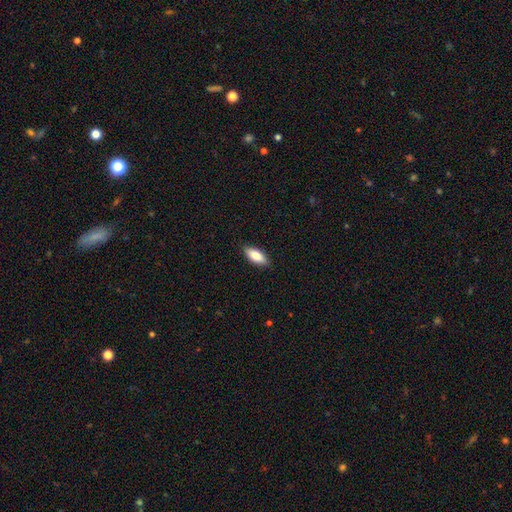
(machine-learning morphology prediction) smooth-or-featured: smooth: 79% | featured or disk: 15% | star or artifact: 6%
  how-rounded: in between: 79% | cigar-shaped: 18% | round: 2%
  merging: none: 88% | minor disturbance: 9% | major disturbance: 2% | merger: 1%